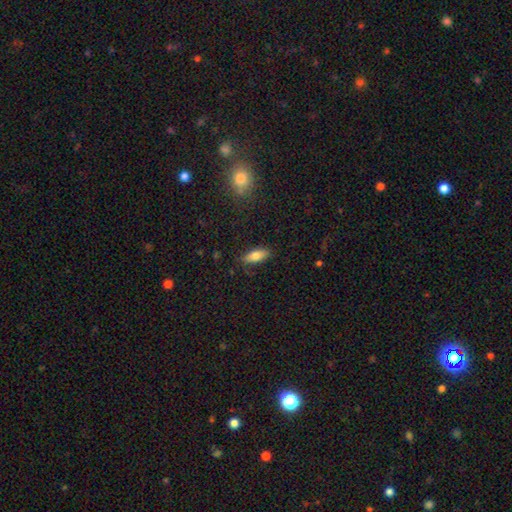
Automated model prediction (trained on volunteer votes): A smooth galaxy with no disk features (77%) that is in between round and cigar-shaped (80%). Merging: none (84%).